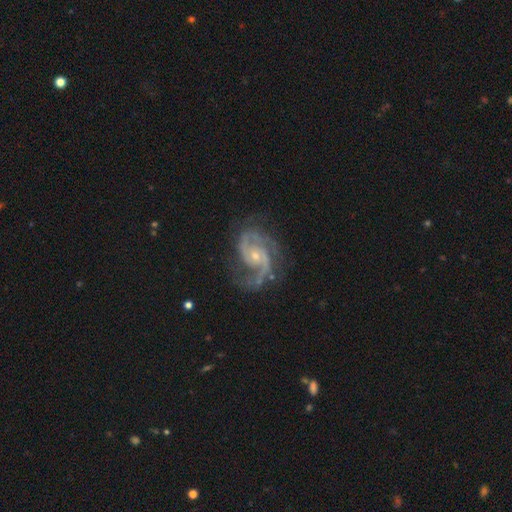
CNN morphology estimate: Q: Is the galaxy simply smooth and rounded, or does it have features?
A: featured or disk — 92%.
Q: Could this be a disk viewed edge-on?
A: no — 98%.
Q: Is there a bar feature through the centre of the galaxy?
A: no — 63%.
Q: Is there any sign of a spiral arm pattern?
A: yes — 98%.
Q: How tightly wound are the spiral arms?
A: medium — 58%.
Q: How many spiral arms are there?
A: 2 — 78%.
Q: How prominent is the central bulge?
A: small — 69%.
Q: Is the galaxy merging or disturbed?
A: none — 69%.